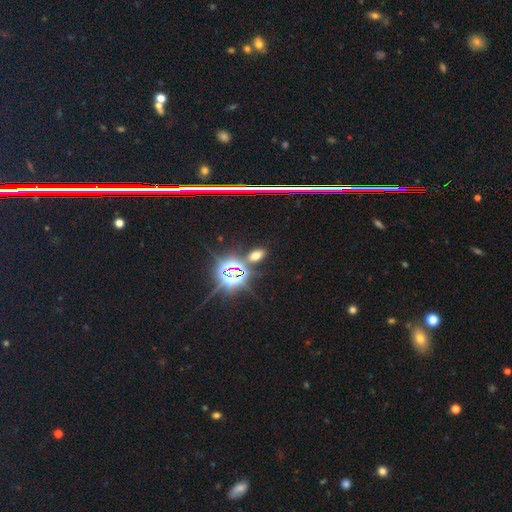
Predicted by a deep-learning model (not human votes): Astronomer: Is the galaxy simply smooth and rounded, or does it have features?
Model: smooth — 47% (runner-up: star or artifact, 45%).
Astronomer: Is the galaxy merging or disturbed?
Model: none — 84%.